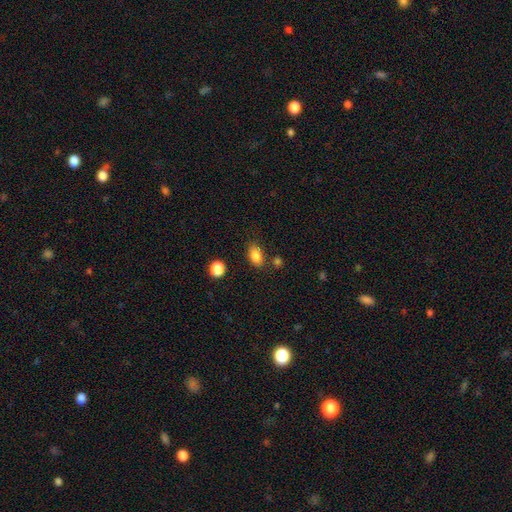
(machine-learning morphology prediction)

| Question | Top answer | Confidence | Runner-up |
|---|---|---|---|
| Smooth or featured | smooth | 84% | star or artifact (10%) |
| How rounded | in between | 84% | round (13%) |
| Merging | none | 77% | minor disturbance (13%) |